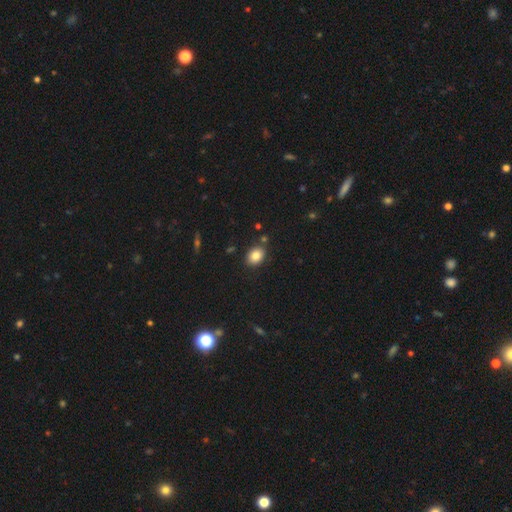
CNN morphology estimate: Smooth or featured?
  - smooth: 84% *
  - star or artifact: 9%
  - featured or disk: 7%
How rounded?
  - in between: 67% *
  - round: 32%
  - cigar-shaped: 1%
Merging?
  - none: 83% *
  - minor disturbance: 10%
  - merger: 4%
  - major disturbance: 2%